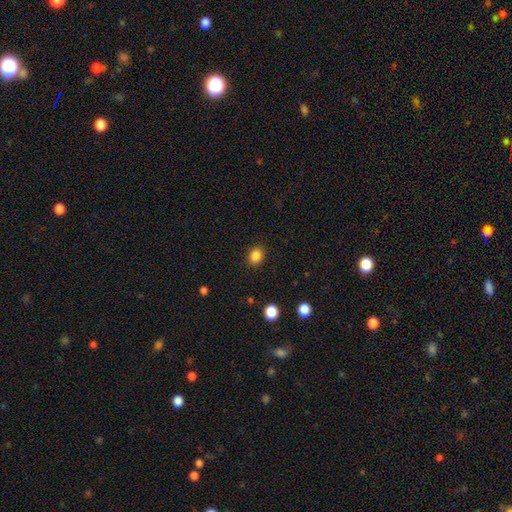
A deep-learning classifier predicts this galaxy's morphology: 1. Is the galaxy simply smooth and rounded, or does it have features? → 85% smooth, 11% star or artifact, 4% featured or disk.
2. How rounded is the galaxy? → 56% round, 43% in between, 1% cigar-shaped.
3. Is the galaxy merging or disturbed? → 90% none, 7% minor disturbance, 2% major disturbance, 1% merger.